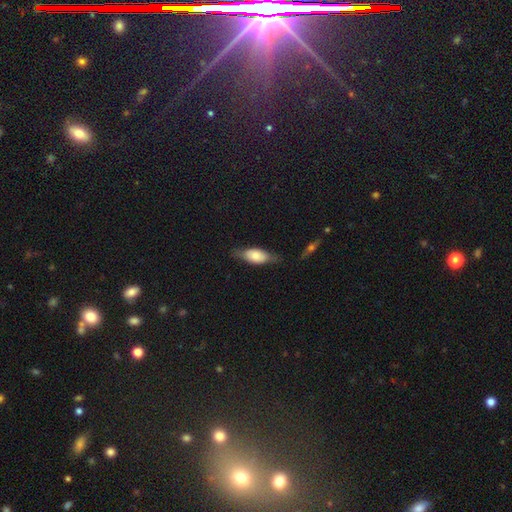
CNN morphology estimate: Q: Smooth or featured?
A: smooth (63%); runner-up: featured or disk (31%)
Q: How rounded?
A: in between (79%); runner-up: cigar-shaped (17%)
Q: Merging?
A: none (66%); runner-up: minor disturbance (24%)